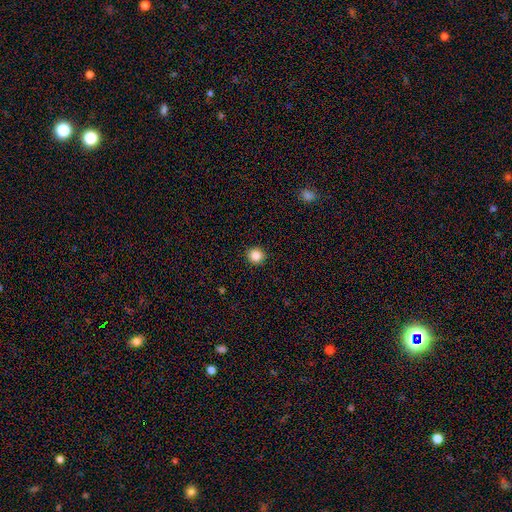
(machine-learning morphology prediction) Smooth or featured?
  - smooth: 86% *
  - star or artifact: 11%
  - featured or disk: 3%
How rounded?
  - round: 93% *
  - in between: 6%
  - cigar-shaped: 1%
Merging?
  - none: 93% *
  - minor disturbance: 5%
  - major disturbance: 2%
  - merger: 1%